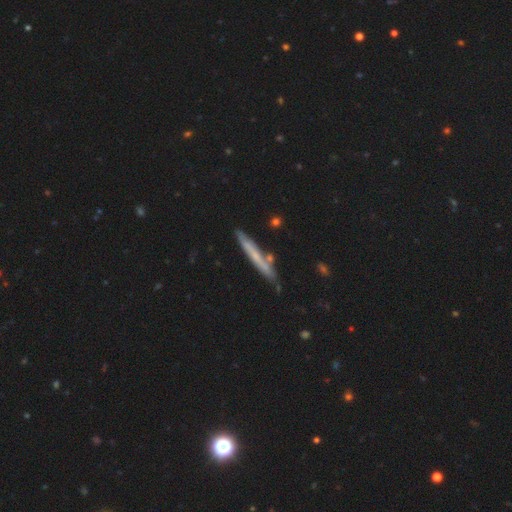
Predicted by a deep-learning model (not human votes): Morphology: type=smooth (51%); roundness=cigar-shaped (95%); merging=none (79%).